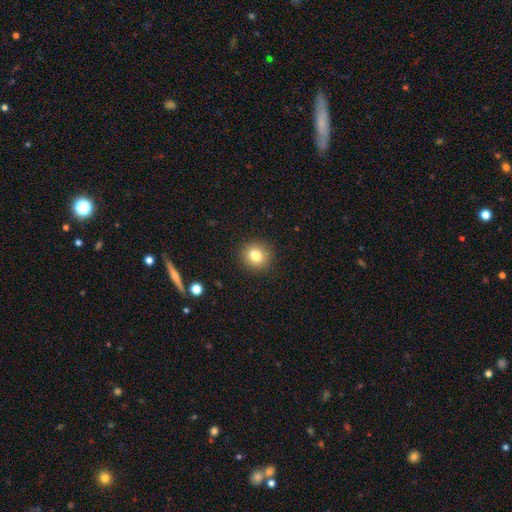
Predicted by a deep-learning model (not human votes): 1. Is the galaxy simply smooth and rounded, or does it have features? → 81% smooth, 11% star or artifact, 8% featured or disk.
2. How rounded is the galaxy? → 83% round, 17% in between, 1% cigar-shaped.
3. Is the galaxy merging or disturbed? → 90% none, 7% minor disturbance, 2% major disturbance, 1% merger.